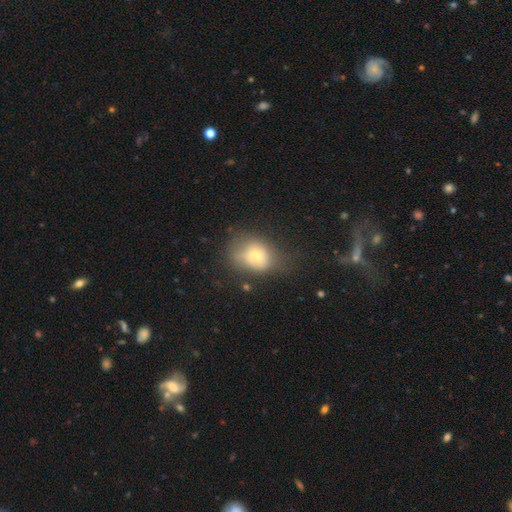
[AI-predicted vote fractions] A smooth galaxy with no disk features (66%) that is round (51%). Merging: none (44%).